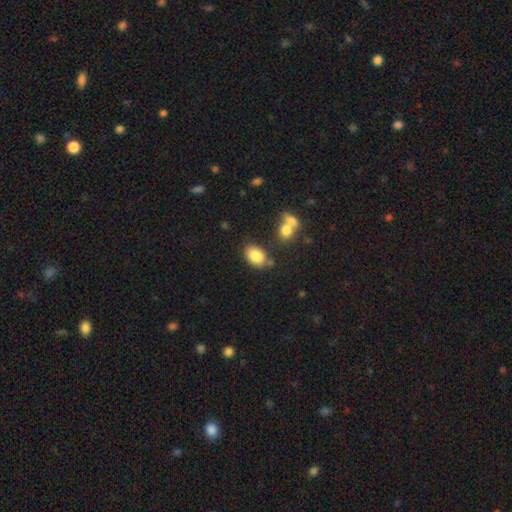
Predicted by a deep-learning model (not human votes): smooth-or-featured: smooth: 85% | star or artifact: 8% | featured or disk: 7%
  how-rounded: in between: 84% | round: 15% | cigar-shaped: 1%
  merging: none: 67% | minor disturbance: 18% | merger: 10% | major disturbance: 5%